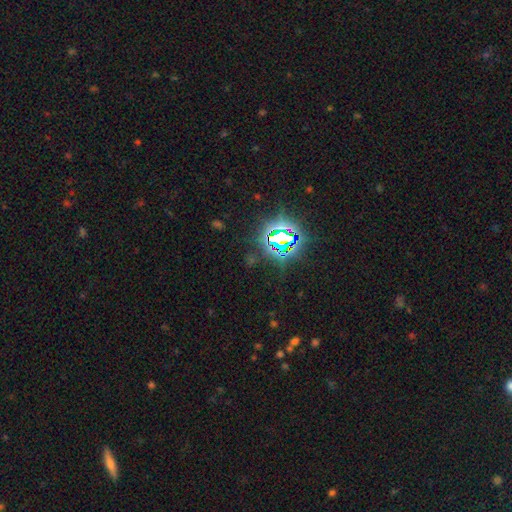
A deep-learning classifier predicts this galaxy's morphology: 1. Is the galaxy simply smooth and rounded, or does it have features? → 80% star or artifact, 12% smooth, 8% featured or disk.